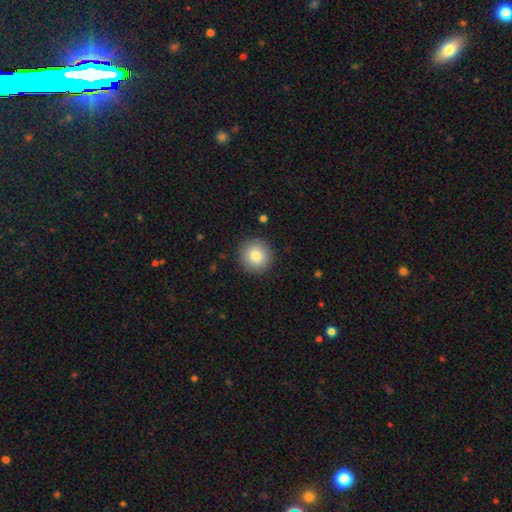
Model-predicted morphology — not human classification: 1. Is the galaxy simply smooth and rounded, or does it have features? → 84% smooth, 9% star or artifact, 7% featured or disk.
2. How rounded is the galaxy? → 94% round, 5% in between, 1% cigar-shaped.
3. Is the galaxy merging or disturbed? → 91% none, 6% minor disturbance, 2% major disturbance, 1% merger.